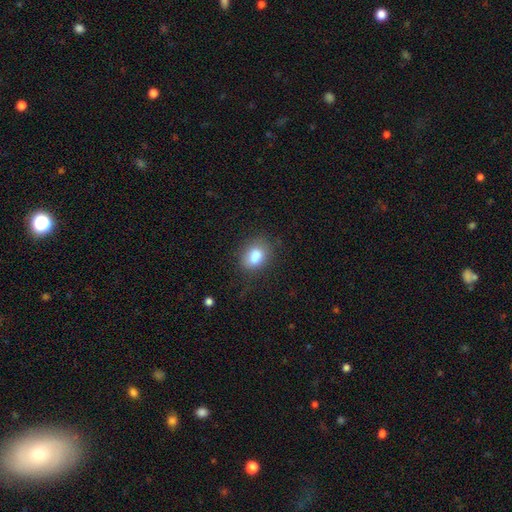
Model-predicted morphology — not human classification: smooth-or-featured: smooth: 82% | star or artifact: 9% | featured or disk: 9%
  how-rounded: in between: 74% | round: 25% | cigar-shaped: 2%
  merging: none: 67% | minor disturbance: 21% | major disturbance: 7% | merger: 5%